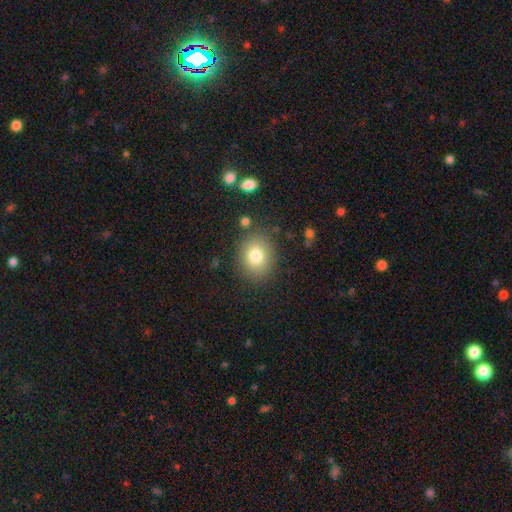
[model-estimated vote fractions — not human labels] Smooth or featured: smooth — 80% (star or artifact — 11%)
How rounded: round — 63% (in between — 36%)
Merging: none — 83% (minor disturbance — 11%)